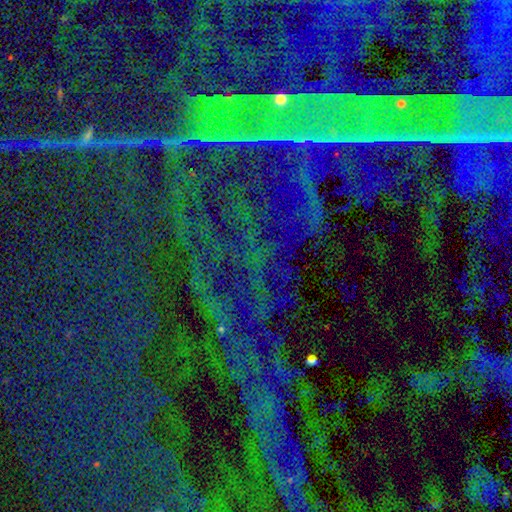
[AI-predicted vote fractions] Smooth or featured? Predicted: star or artifact (p=0.85).